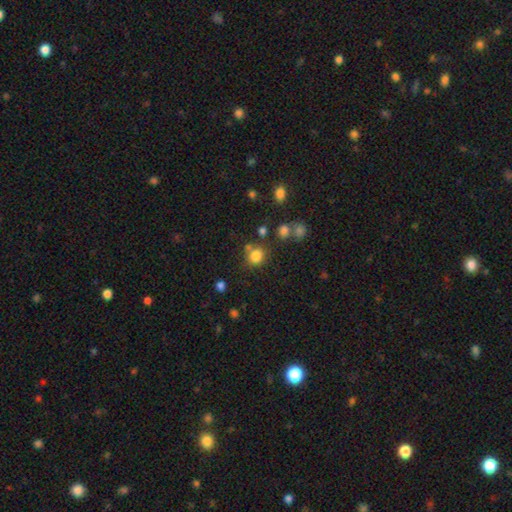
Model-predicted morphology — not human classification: This is clearly a smooth galaxy (81%). How rounded: clearly round (81%). Merging: likely none (68%).